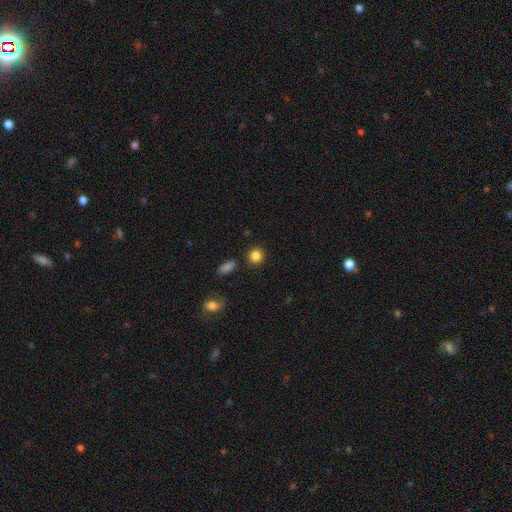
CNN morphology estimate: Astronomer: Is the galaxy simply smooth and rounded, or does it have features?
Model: smooth — 85%.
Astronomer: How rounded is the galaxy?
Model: round — 84%.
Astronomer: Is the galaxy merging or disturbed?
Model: none — 88%.